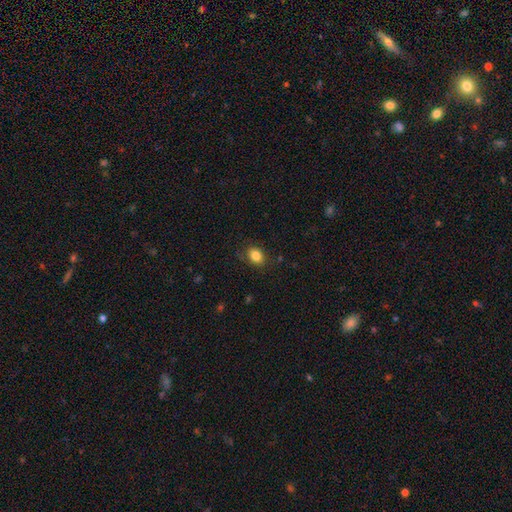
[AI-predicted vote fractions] Smooth or featured?
  - smooth: 84% *
  - star or artifact: 10%
  - featured or disk: 6%
How rounded?
  - in between: 63% *
  - round: 36%
  - cigar-shaped: 1%
Merging?
  - none: 82% *
  - minor disturbance: 13%
  - major disturbance: 4%
  - merger: 1%